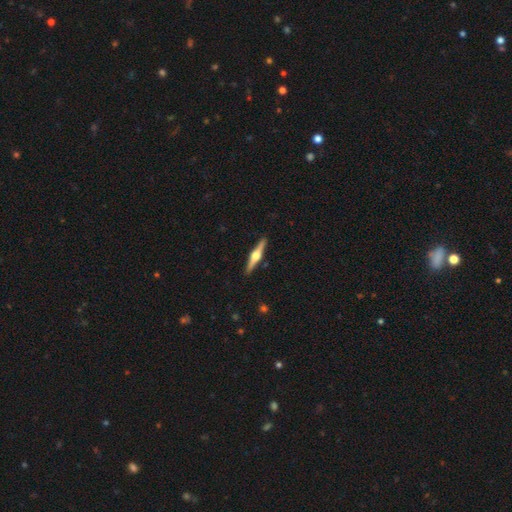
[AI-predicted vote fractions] A featured or disk galaxy (76%) viewed edge-on (98%) with a rounded central bulge (95%). Merging: none (92%).